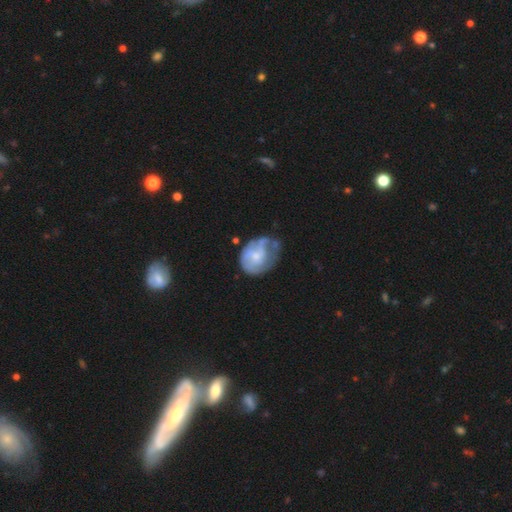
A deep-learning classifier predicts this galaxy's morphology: Smooth or featured?
  - featured or disk: 56% *
  - smooth: 37%
  - star or artifact: 7%
Edge-on disk?
  - no: 98% *
  - yes: 2%
Bar?
  - no: 70% *
  - weak: 26%
  - strong: 4%
Spiral arms?
  - yes: 57% *
  - no: 43%
Bulge size?
  - small: 53% *
  - moderate: 30%
  - none: 13%
  - large: 3%
  - dominant: 1%
Merging?
  - none: 33% *
  - minor disturbance: 32%
  - major disturbance: 29%
  - merger: 6%